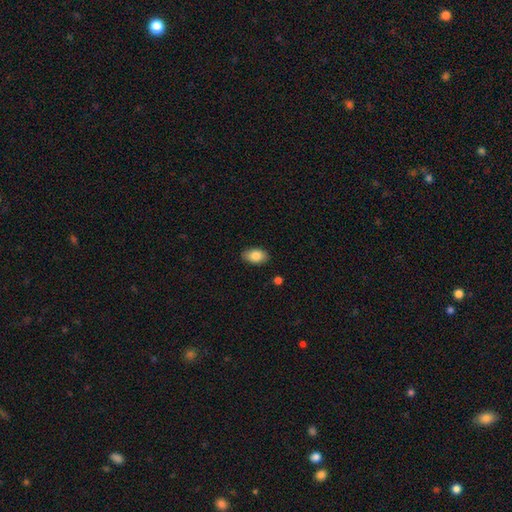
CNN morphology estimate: This is clearly a smooth galaxy (84%). How rounded: clearly in between (90%). Merging: clearly none (86%).